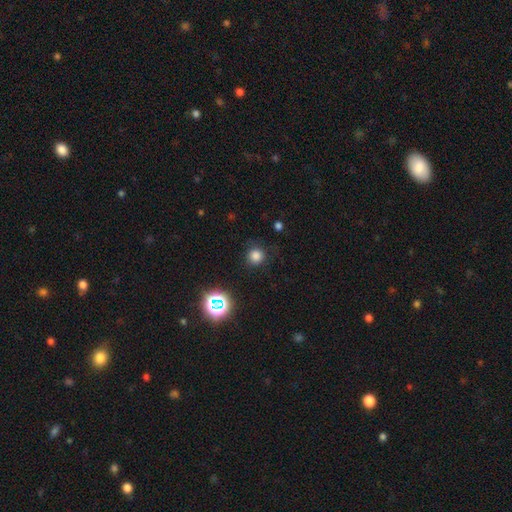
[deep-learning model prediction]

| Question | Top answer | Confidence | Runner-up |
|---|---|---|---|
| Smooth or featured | smooth | 77% | star or artifact (18%) |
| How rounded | round | 94% | in between (5%) |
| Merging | none | 85% | minor disturbance (10%) |